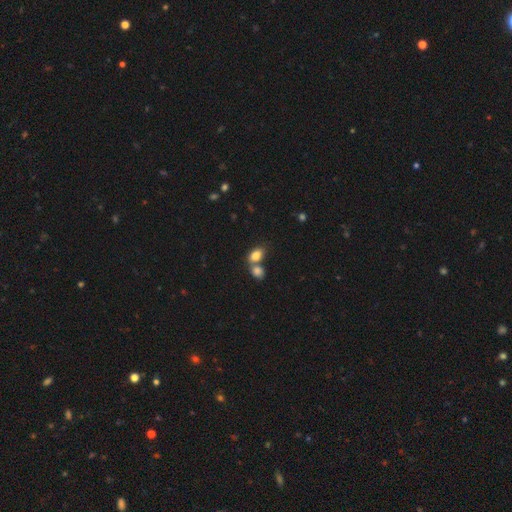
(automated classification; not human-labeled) smooth_or_featured: smooth (p=0.82) [alt: star or artifact p=0.09]
how_rounded: in between (p=0.82) [alt: round p=0.16]
merging: merger (p=0.53) [alt: none p=0.35]